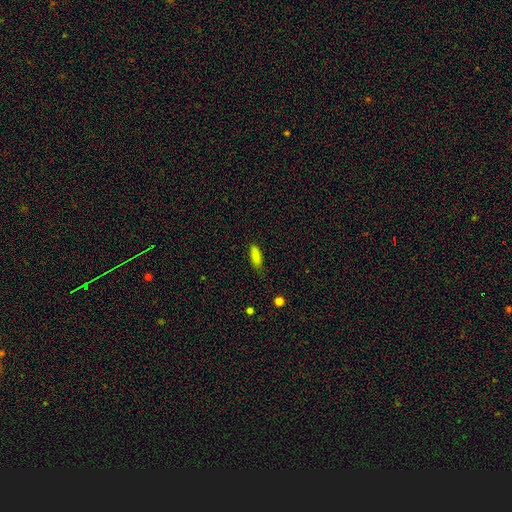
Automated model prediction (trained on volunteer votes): A smooth galaxy with no disk features (85%) that is in between round and cigar-shaped (64%).

Vote fractions:
- Smooth or featured? smooth: 85% / star or artifact: 8% / featured or disk: 7%
- How rounded? in between: 64% / cigar-shaped: 34% / round: 2%
- Merging? none: 80% / minor disturbance: 16% / major disturbance: 3% / merger: 1%